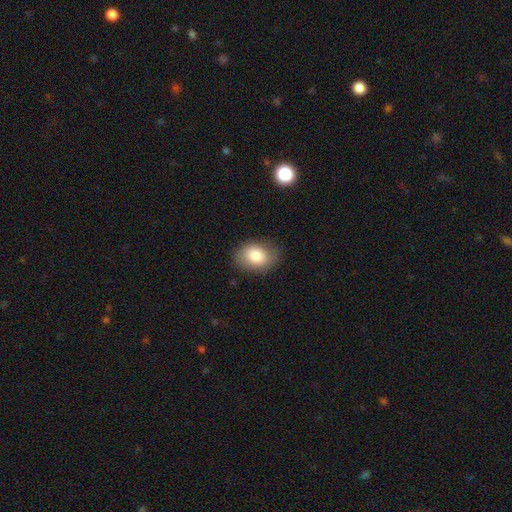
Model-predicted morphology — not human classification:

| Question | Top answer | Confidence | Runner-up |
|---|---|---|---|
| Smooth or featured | smooth | 81% | featured or disk (11%) |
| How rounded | in between | 70% | round (29%) |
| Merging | none | 81% | minor disturbance (14%) |